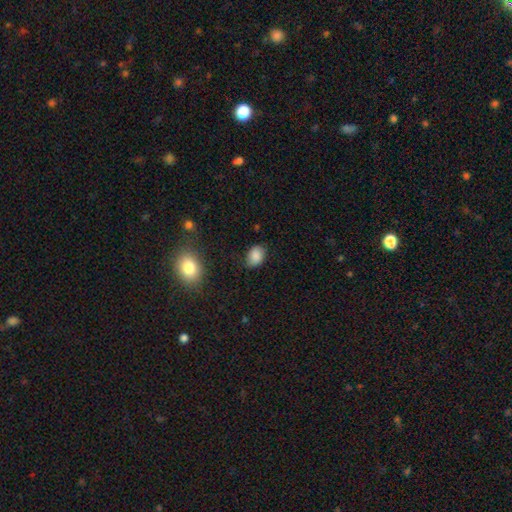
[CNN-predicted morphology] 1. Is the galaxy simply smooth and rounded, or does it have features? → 84% smooth, 9% star or artifact, 7% featured or disk.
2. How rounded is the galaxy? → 77% in between, 22% round, 1% cigar-shaped.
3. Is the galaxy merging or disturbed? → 73% none, 21% minor disturbance, 4% major disturbance, 2% merger.